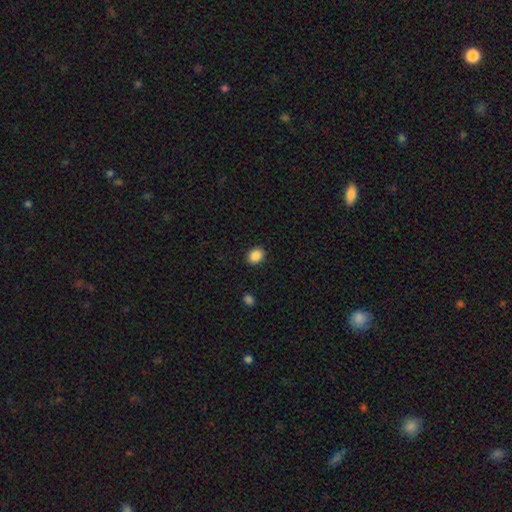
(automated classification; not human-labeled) smooth_or_featured: smooth (p=0.88) [alt: star or artifact p=0.09]
how_rounded: round (p=0.53) [alt: in between p=0.46]
merging: none (p=0.90) [alt: minor disturbance p=0.07]